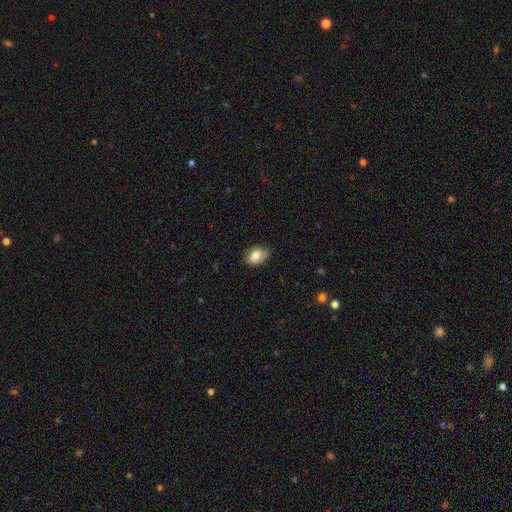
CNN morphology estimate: smooth-or-featured: smooth: 69% | featured or disk: 23% | star or artifact: 8%
  how-rounded: in between: 81% | round: 18% | cigar-shaped: 2%
  merging: none: 63% | minor disturbance: 28% | major disturbance: 8% | merger: 2%